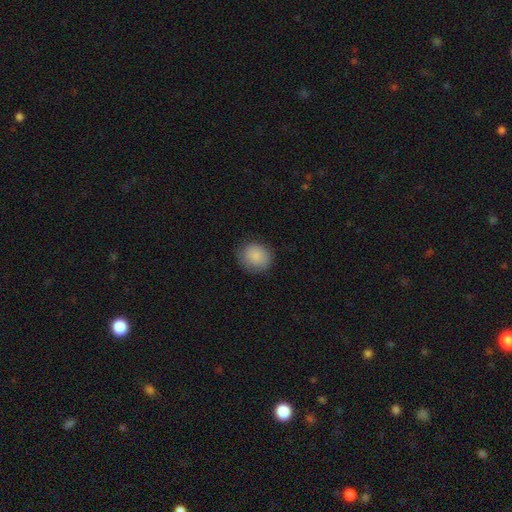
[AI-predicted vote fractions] Smooth or featured? Predicted: smooth (p=0.87). How rounded? Predicted: round (p=0.77). Merging? Predicted: none (p=0.80).